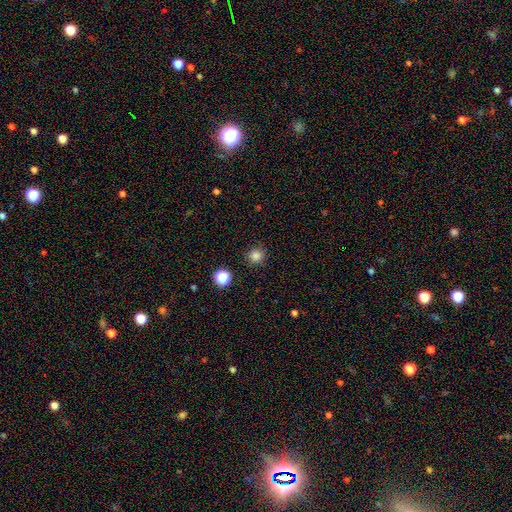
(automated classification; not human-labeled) smooth 83%, star or artifact 13%, featured or disk 4%. Down the decision tree: how rounded — round (93%); merging — none (89%).